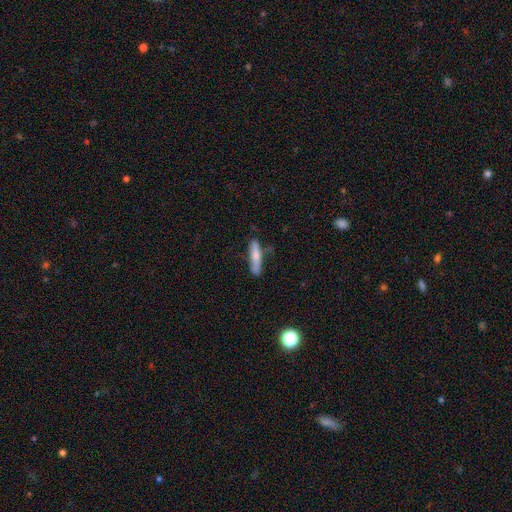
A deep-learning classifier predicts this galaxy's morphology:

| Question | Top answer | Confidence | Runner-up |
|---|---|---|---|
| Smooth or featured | smooth | 73% | featured or disk (21%) |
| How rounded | cigar-shaped | 84% | in between (15%) |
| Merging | none | 74% | minor disturbance (19%) |